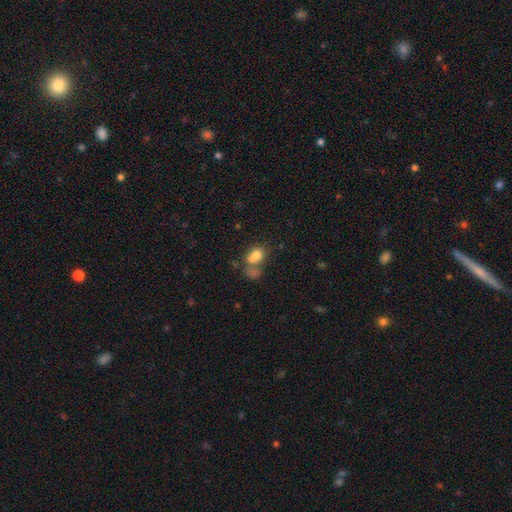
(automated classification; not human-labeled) This is likely a smooth galaxy (72%). How rounded: possibly round (52%). Merging: possibly merger (56%).